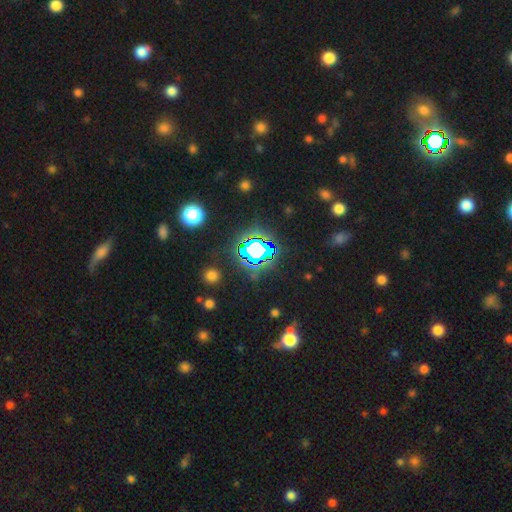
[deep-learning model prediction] A star or artifact, not a galaxy (78%).